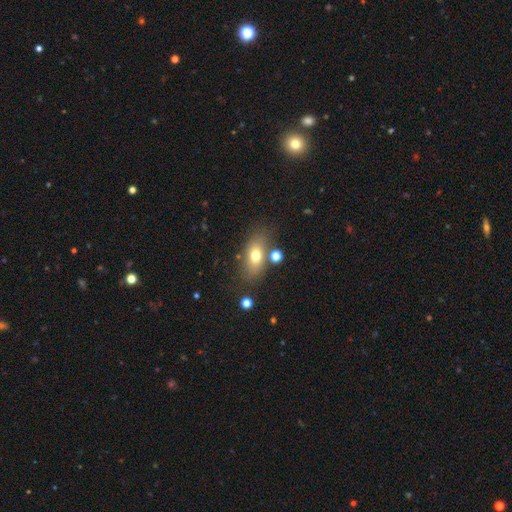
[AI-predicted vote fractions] Morphology: type=smooth (69%); roundness=in between (78%); merging=none (71%).